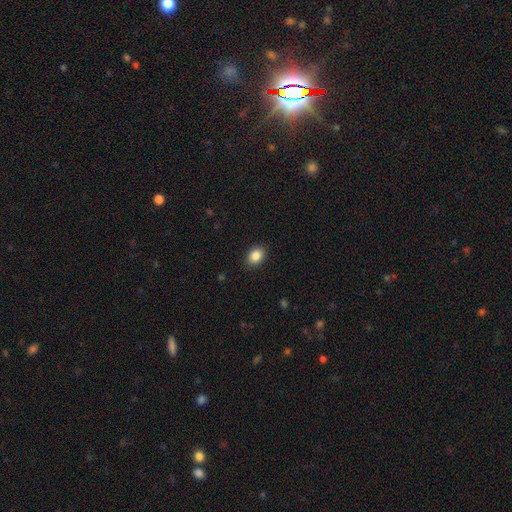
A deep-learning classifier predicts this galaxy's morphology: This is clearly a smooth galaxy (87%). How rounded: likely in between (76%). Merging: clearly none (89%).